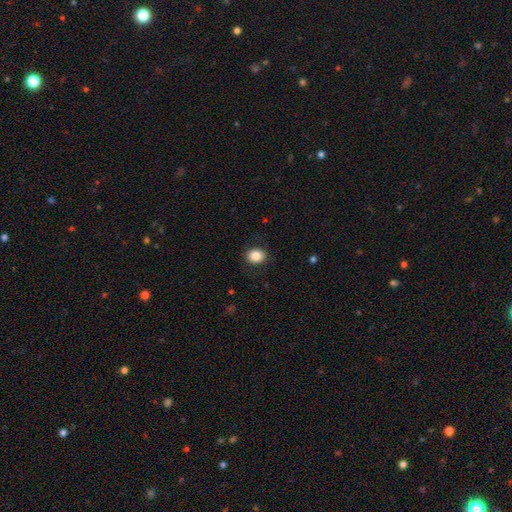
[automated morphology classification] Smooth or featured?
  - smooth: 87% *
  - star or artifact: 9%
  - featured or disk: 4%
How rounded?
  - round: 61% *
  - in between: 38%
  - cigar-shaped: 1%
Merging?
  - none: 86% *
  - minor disturbance: 10%
  - major disturbance: 3%
  - merger: 1%